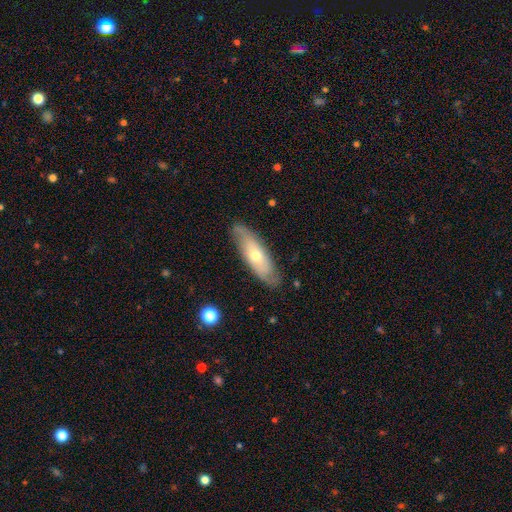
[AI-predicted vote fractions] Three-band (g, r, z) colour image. It shows a featured or disk galaxy (53%). Merging: none (80%).